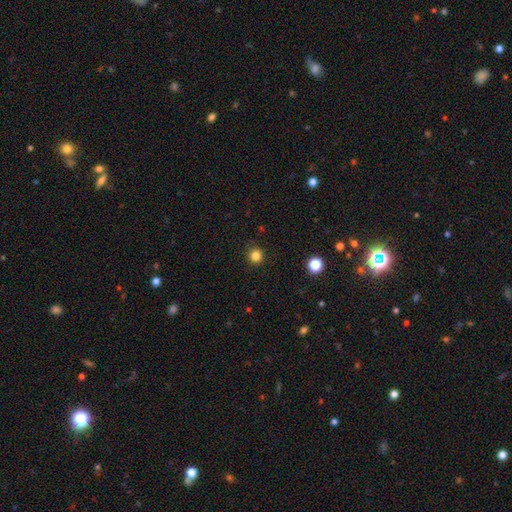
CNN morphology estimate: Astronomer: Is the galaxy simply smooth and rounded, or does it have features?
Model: smooth — 82%.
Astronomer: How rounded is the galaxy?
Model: round — 94%.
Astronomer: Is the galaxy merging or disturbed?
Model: none — 92%.